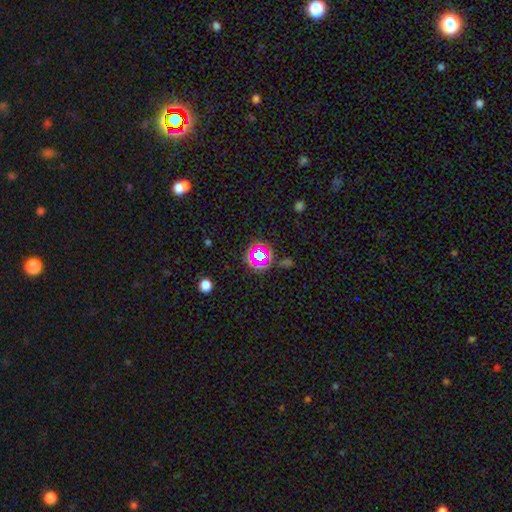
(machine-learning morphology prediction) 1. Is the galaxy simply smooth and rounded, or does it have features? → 60% star or artifact, 29% smooth, 12% featured or disk.